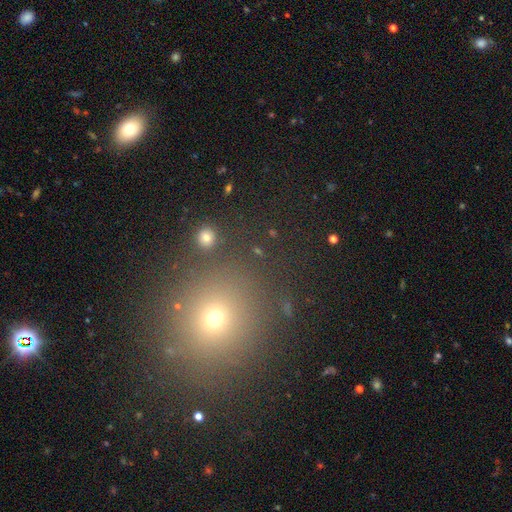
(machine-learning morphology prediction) Smooth or featured? Predicted: smooth (p=0.58). How rounded? Predicted: round (p=0.85). Merging? Predicted: none (p=0.87).